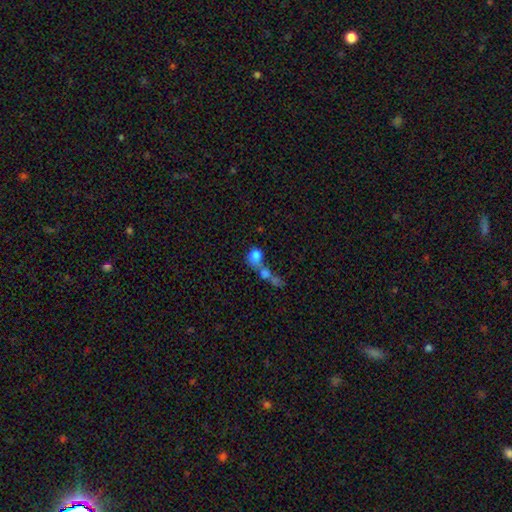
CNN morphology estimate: The model was most divided on "merging": merger: 54%, none: 30%, major disturbance: 9%, minor disturbance: 7%. More confident: how rounded — round (81%); smooth or featured — smooth (74%).